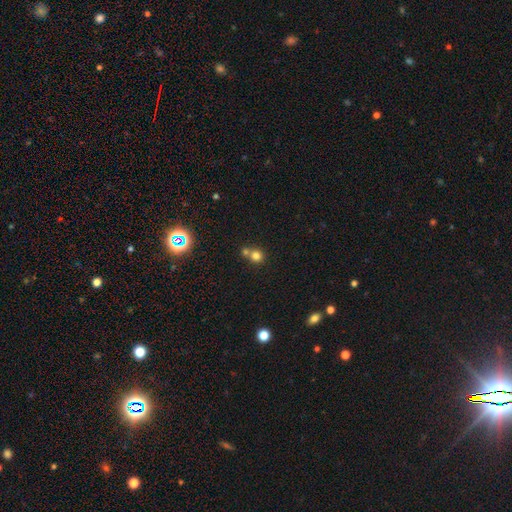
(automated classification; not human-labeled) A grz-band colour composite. It shows a smooth galaxy with no disk features (75%) that is round (87%). Merging: none (47%).